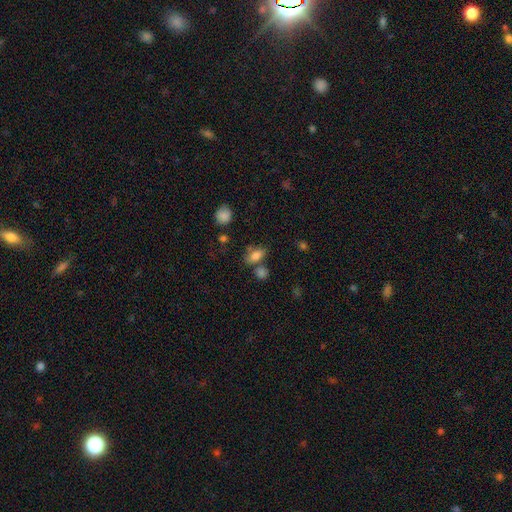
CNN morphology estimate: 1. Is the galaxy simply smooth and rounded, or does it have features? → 81% smooth, 11% star or artifact, 9% featured or disk.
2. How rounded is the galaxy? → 83% in between, 10% round, 6% cigar-shaped.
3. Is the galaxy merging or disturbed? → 61% none, 18% merger, 16% minor disturbance, 5% major disturbance.